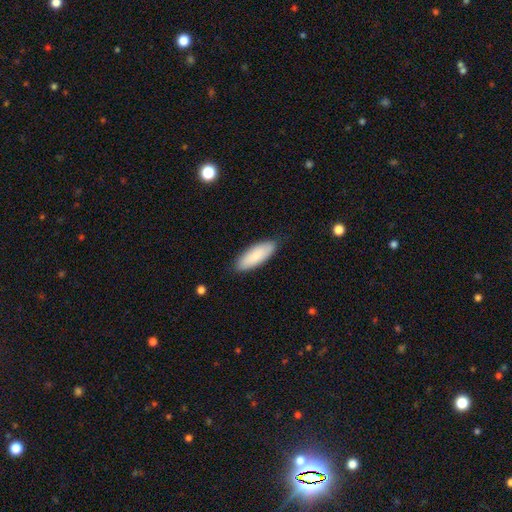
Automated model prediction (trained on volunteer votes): smooth-or-featured: smooth: 85% | featured or disk: 10% | star or artifact: 5%
  how-rounded: in between: 71% | cigar-shaped: 27% | round: 2%
  merging: none: 85% | minor disturbance: 12% | major disturbance: 2% | merger: 1%